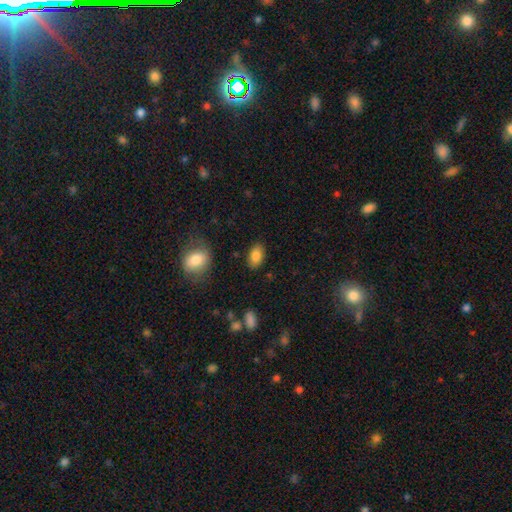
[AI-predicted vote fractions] smooth 85%, star or artifact 8%, featured or disk 7%. Down the decision tree: how rounded — in between (91%); merging — none (86%).